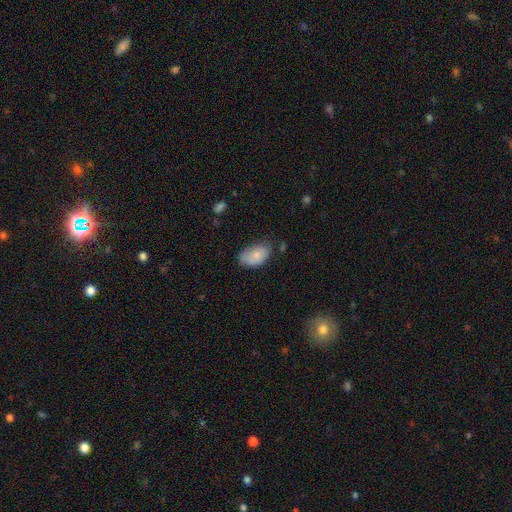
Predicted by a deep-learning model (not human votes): Q: Smooth or featured?
A: smooth (77%); runner-up: featured or disk (17%)
Q: How rounded?
A: in between (92%); runner-up: round (6%)
Q: Merging?
A: none (55%); runner-up: minor disturbance (34%)